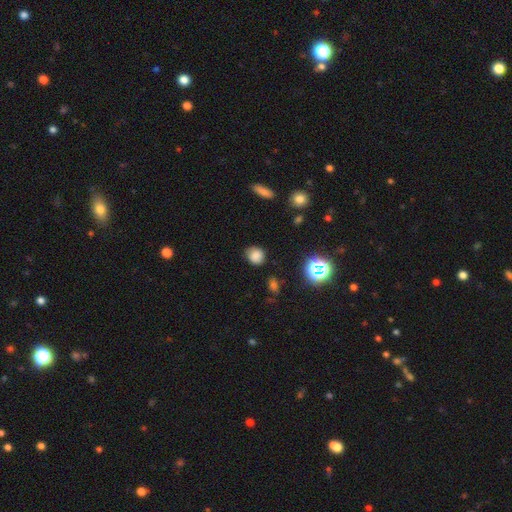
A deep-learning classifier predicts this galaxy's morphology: Q: Smooth or featured?
A: smooth (77%); runner-up: star or artifact (15%)
Q: How rounded?
A: round (67%); runner-up: in between (31%)
Q: Merging?
A: none (72%); runner-up: minor disturbance (21%)